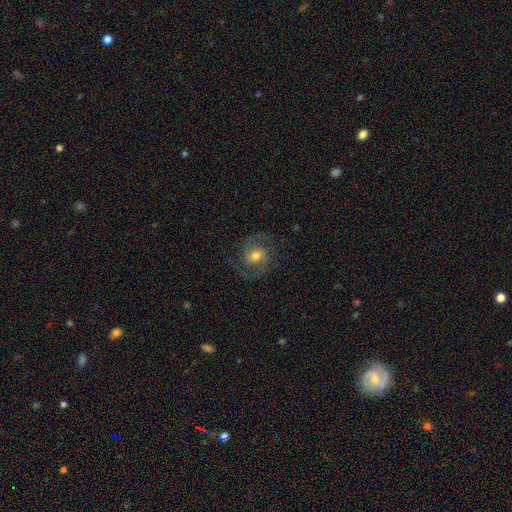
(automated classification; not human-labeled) smooth-or-featured: featured or disk: 80% | smooth: 13% | star or artifact: 8%
  disk-edge-on: no: 98% | yes: 2%
    bar: weak: 46% | no: 38% | strong: 16%
    has-spiral-arms: yes: 95% | no: 5%
      spiral-winding: medium: 57% | tight: 23% | loose: 20%
      spiral-arm-count: 2: 91% | can't tell: 4% | 1: 2% | 3: 1% | 4: 1% | more than 4: 1%
    bulge-size: moderate: 65% | small: 25% | large: 8% | none: 1% | dominant: 1%
  merging: none: 79% | minor disturbance: 13% | major disturbance: 7% | merger: 1%